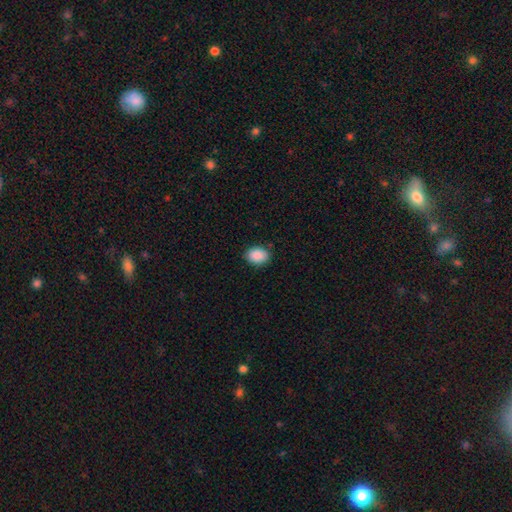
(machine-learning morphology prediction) Smooth or featured: smooth — 89% (star or artifact — 7%)
How rounded: in between — 68% (round — 31%)
Merging: none — 86% (minor disturbance — 11%)